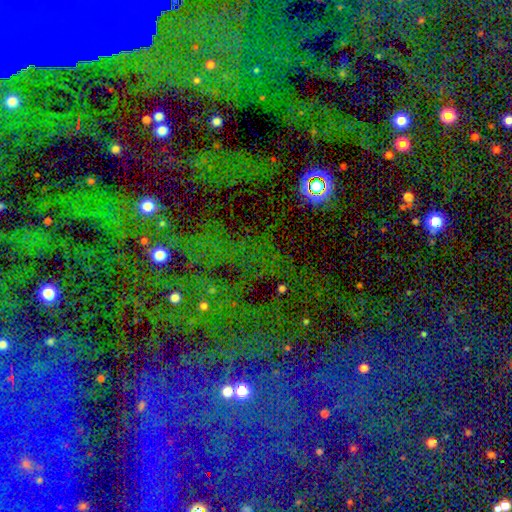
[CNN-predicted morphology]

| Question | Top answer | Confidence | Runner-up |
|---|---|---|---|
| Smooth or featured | star or artifact | 77% | smooth (13%) |